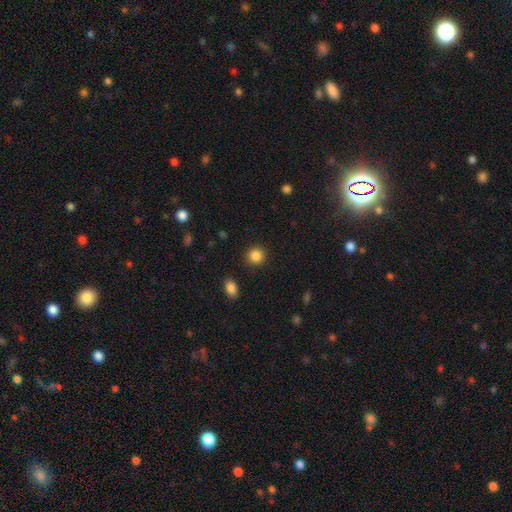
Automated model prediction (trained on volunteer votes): A smooth galaxy with no disk features (87%) that is round (90%).

Vote fractions:
- Smooth or featured? smooth: 87% / star or artifact: 10% / featured or disk: 3%
- How rounded? round: 90% / in between: 9% / cigar-shaped: 1%
- Merging? none: 90% / minor disturbance: 6% / major disturbance: 2% / merger: 2%